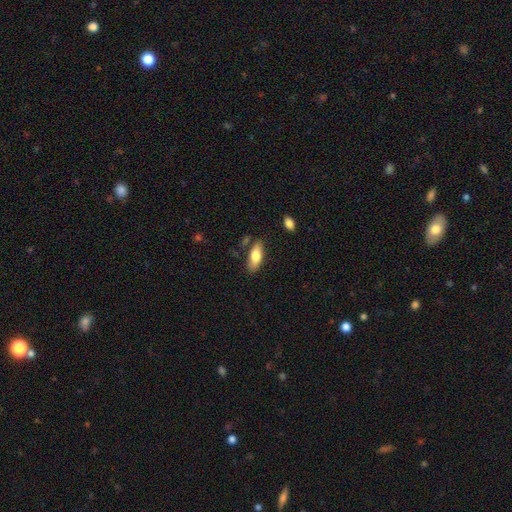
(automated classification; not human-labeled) Q: Smooth or featured?
A: smooth (74%); runner-up: featured or disk (20%)
Q: How rounded?
A: in between (75%); runner-up: cigar-shaped (23%)
Q: Merging?
A: none (76%); runner-up: minor disturbance (17%)